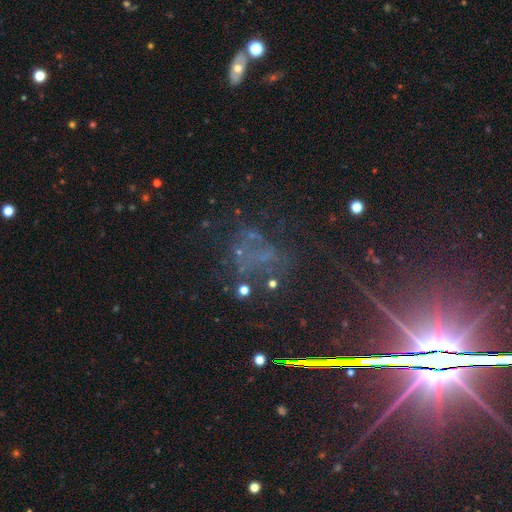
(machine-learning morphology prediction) Smooth or featured: star or artifact — 60% (featured or disk — 24%)